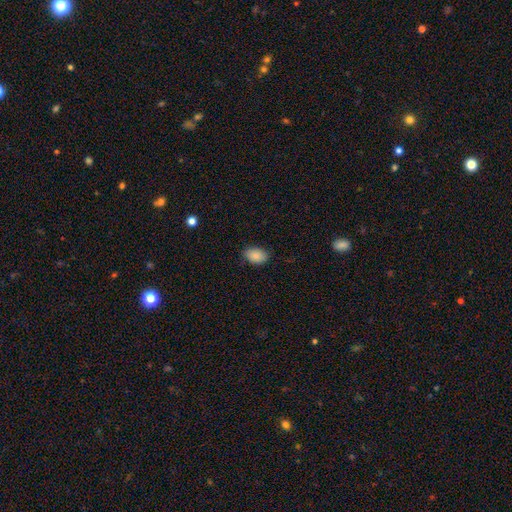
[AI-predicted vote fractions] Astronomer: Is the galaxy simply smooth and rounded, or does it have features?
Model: smooth — 88%.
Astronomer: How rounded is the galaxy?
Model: in between — 88%.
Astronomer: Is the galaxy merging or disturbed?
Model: none — 84%.